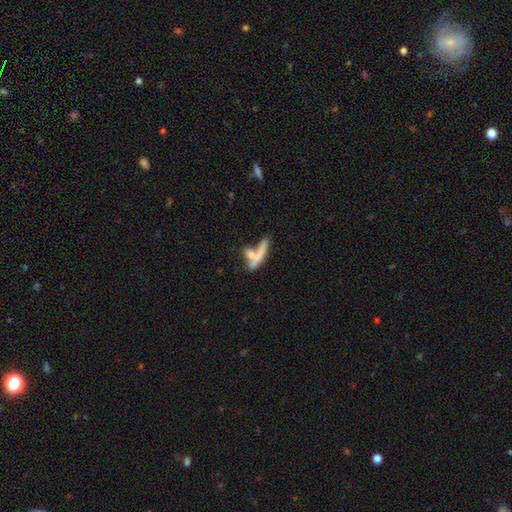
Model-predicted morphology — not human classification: A smooth galaxy with no disk features (63%) that is cigar-shaped (72%). Merging: merger (47%).